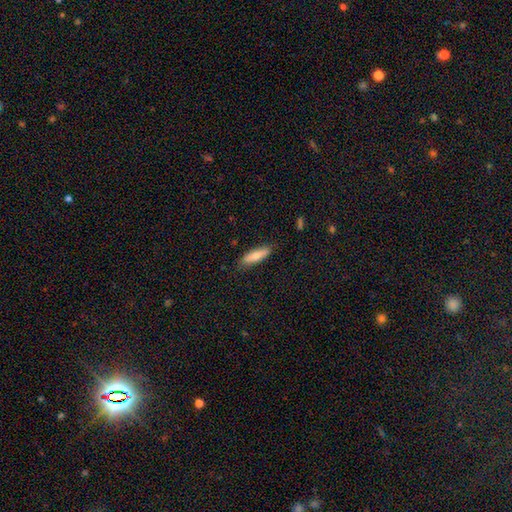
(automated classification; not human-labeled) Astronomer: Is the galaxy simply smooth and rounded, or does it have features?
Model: smooth — 73%.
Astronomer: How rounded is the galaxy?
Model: cigar-shaped — 63%.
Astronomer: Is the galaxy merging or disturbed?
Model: none — 83%.